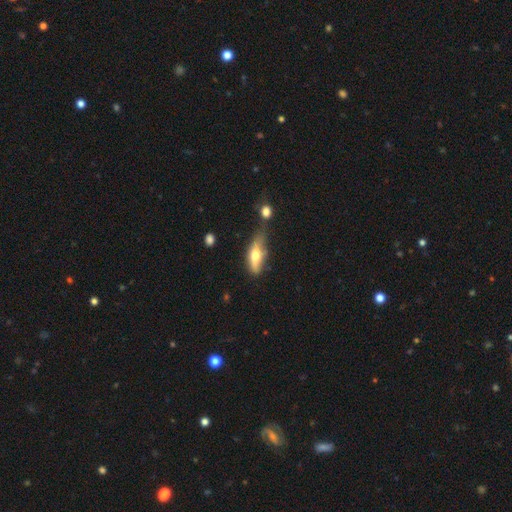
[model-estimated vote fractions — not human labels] smooth 55%, featured or disk 37%, star or artifact 7%. Down the decision tree: how rounded — in between (63%); merging — none (41%).